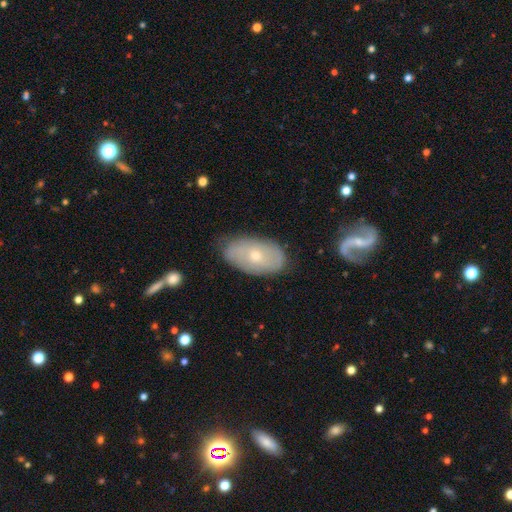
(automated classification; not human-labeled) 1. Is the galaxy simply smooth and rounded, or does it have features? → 53% featured or disk, 40% smooth, 8% star or artifact.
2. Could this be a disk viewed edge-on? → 90% no, 10% yes.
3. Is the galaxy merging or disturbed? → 73% none, 20% minor disturbance, 5% major disturbance, 2% merger.